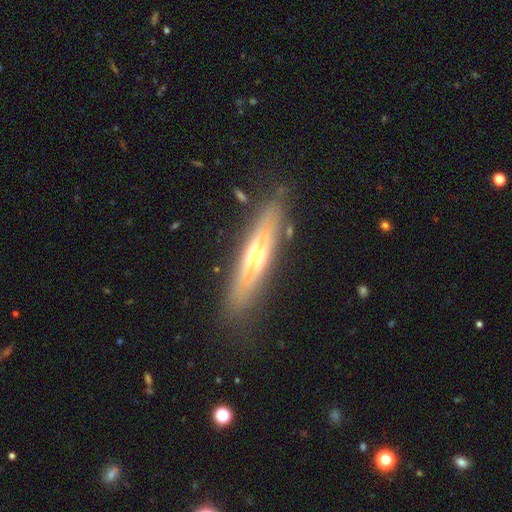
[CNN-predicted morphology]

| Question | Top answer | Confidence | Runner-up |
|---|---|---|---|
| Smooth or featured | featured or disk | 64% | smooth (28%) |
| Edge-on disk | yes | 85% | no (15%) |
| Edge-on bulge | rounded | 71% | none (18%) |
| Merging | none | 82% | minor disturbance (12%) |